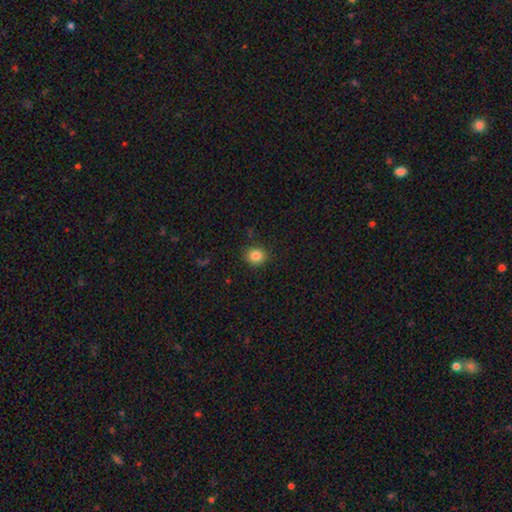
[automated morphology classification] Smooth or featured?
  - smooth: 84% *
  - star or artifact: 11%
  - featured or disk: 6%
How rounded?
  - round: 75% *
  - in between: 24%
  - cigar-shaped: 1%
Merging?
  - none: 87% *
  - minor disturbance: 9%
  - major disturbance: 2%
  - merger: 1%